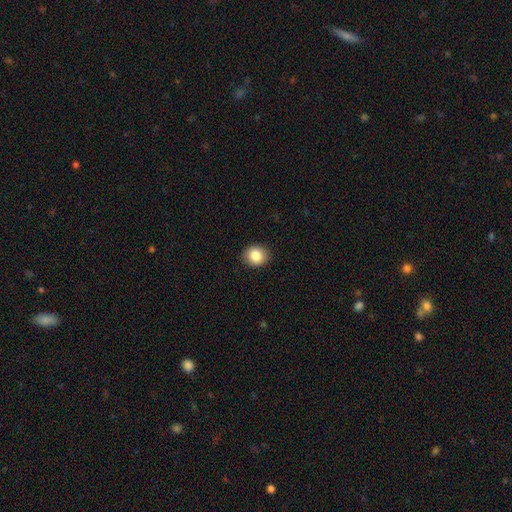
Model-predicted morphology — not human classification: type=smooth (86%); roundness=round (75%); merging=none (90%).